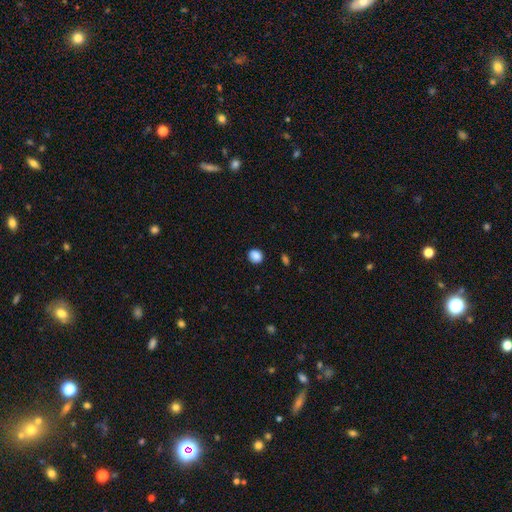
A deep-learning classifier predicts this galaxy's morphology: This appears to be a smooth galaxy with no disk features (88%) that is round (79%). Merging: none (88%).